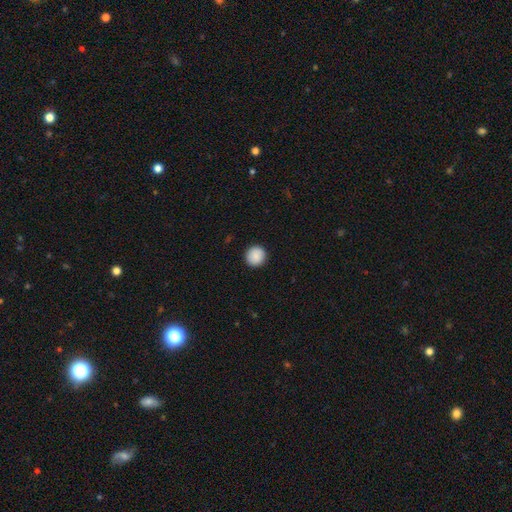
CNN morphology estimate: smooth 89%, star or artifact 8%, featured or disk 3%. Down the decision tree: how rounded — round (94%); merging — none (92%).